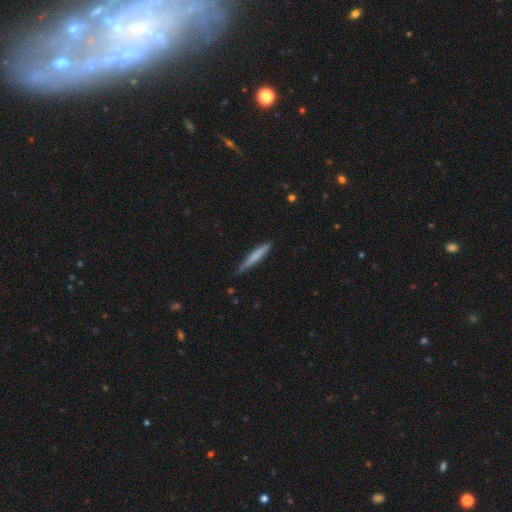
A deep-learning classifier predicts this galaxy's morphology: Smooth or featured: smooth — 66% (featured or disk — 29%)
How rounded: cigar-shaped — 94% (in between — 5%)
Merging: none — 76% (minor disturbance — 20%)